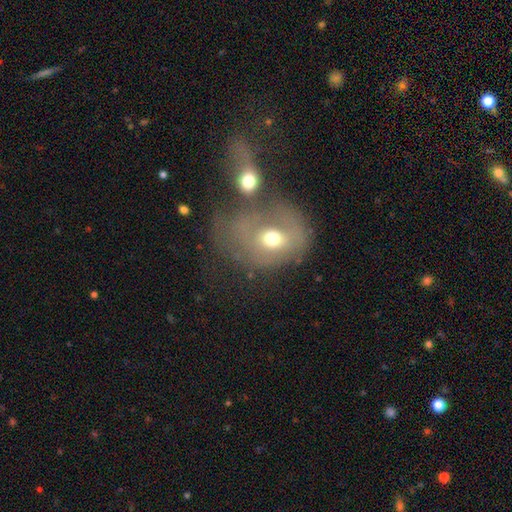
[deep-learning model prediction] featured or disk 47%, smooth 37%, star or artifact 16%. Down the decision tree: merging — merger (48%).